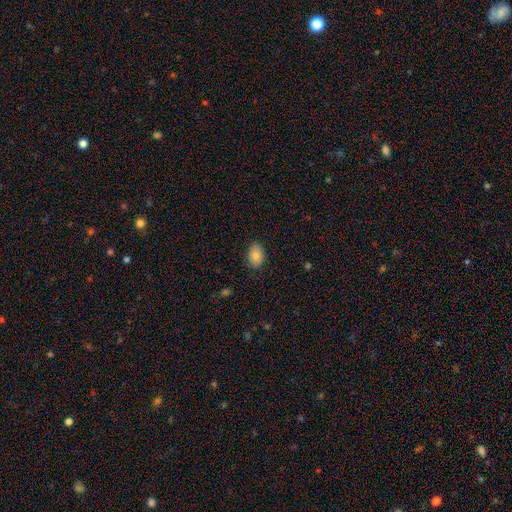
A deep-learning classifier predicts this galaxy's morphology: This is clearly a smooth galaxy (83%). How rounded: clearly in between (83%). Merging: clearly none (86%).